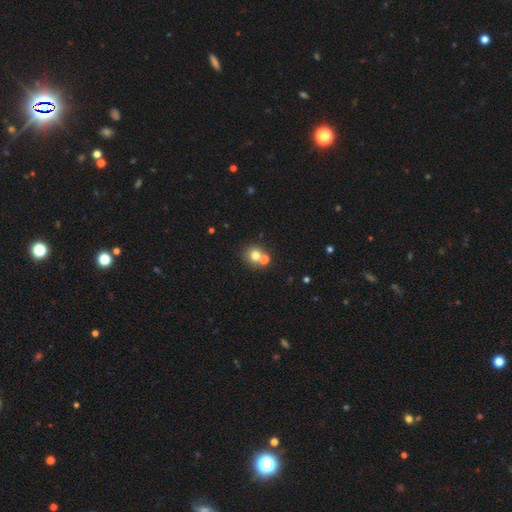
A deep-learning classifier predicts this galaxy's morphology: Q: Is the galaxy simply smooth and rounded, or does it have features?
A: smooth — 73%.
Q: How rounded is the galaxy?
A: round — 86%.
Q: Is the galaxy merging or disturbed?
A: none — 55%.